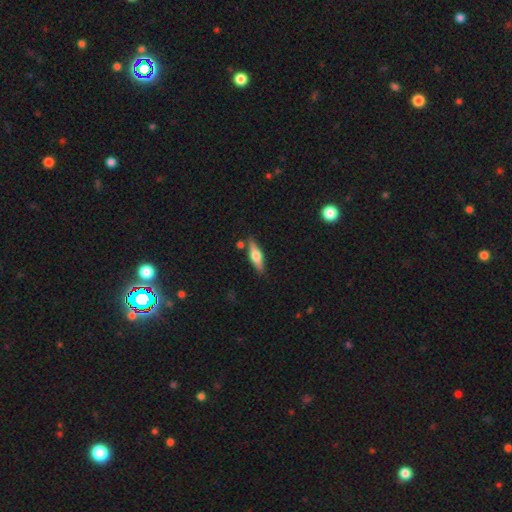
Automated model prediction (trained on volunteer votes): featured or disk 53%, smooth 41%, star or artifact 6%. Down the decision tree: edge-on disk — yes (94%); merging — none (83%).